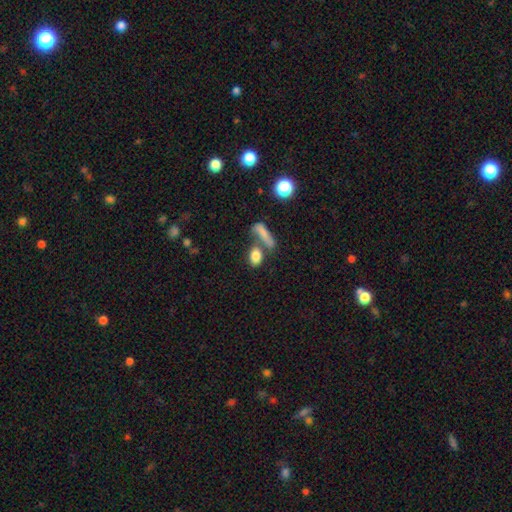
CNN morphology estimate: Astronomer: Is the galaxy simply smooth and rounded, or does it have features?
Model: smooth — 81%.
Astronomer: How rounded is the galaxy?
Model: in between — 74%.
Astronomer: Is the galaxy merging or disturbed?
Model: none — 51% (runner-up: merger, 32%).